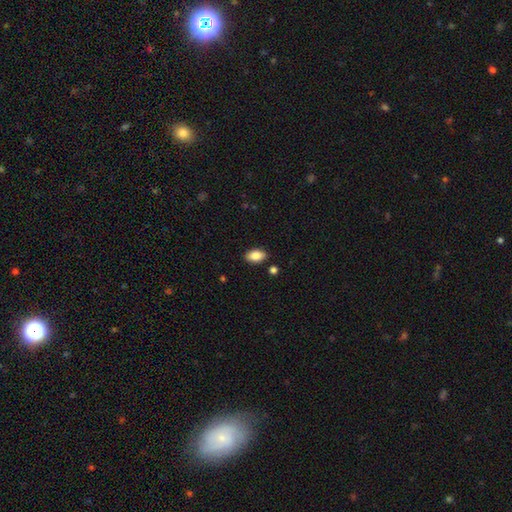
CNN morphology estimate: Smooth or featured? Predicted: smooth (p=0.86). How rounded? Predicted: in between (p=0.92). Merging? Predicted: none (p=0.87).